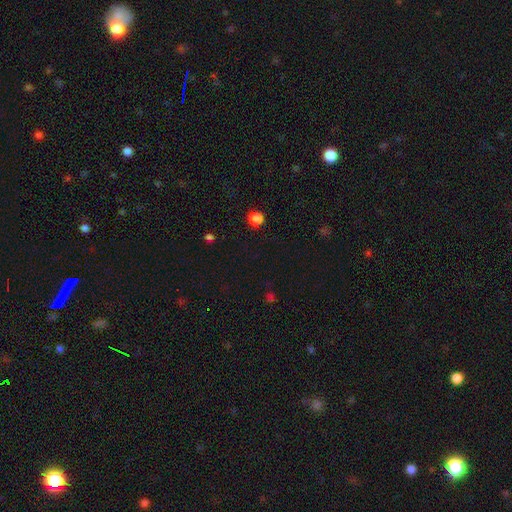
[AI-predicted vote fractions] Overall: star or artifact (58%; smooth 36%).